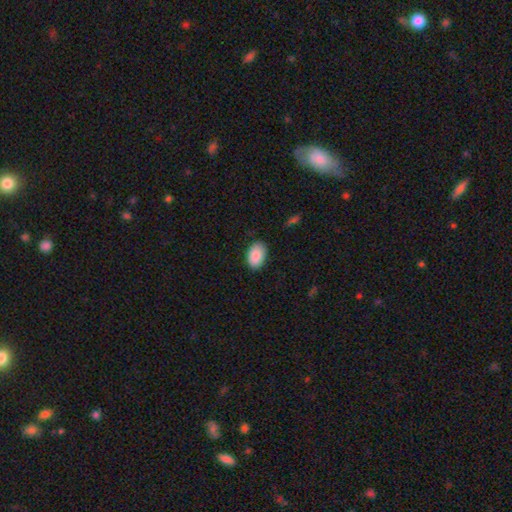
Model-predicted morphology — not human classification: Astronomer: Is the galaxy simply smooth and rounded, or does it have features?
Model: smooth — 89%.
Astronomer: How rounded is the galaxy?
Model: in between — 91%.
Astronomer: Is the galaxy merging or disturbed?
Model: none — 86%.